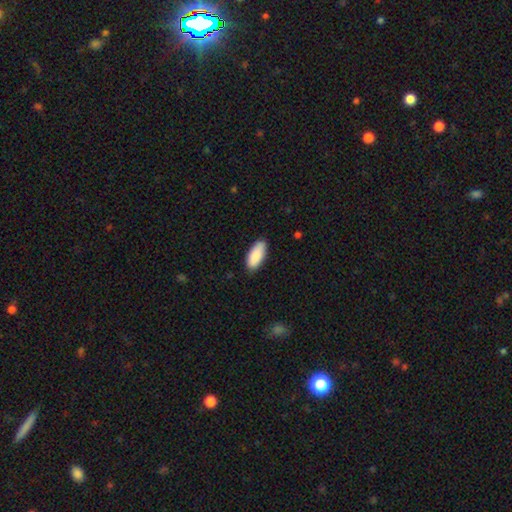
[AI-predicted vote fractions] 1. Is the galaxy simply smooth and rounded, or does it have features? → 89% smooth, 6% star or artifact, 5% featured or disk.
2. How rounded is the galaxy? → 87% in between, 11% cigar-shaped, 2% round.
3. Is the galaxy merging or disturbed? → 86% none, 11% minor disturbance, 2% major disturbance, 1% merger.